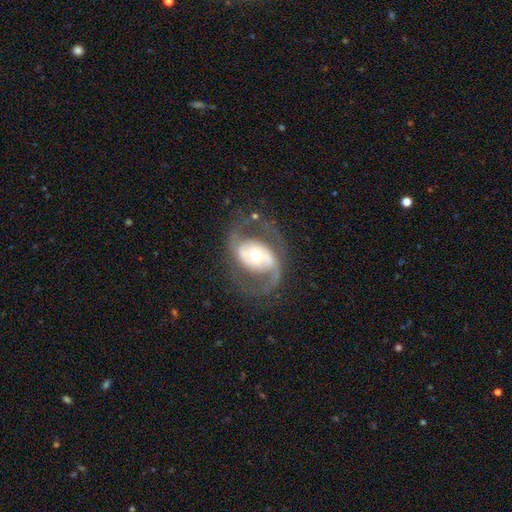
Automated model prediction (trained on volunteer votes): Morphology: type=featured or disk (87%); edge-on=no (97%); bar=no (52%); spiral arms=yes (88%); winding=medium (53%); arm count=2 (91%); bulge=moderate (65%); merging=none (72%).